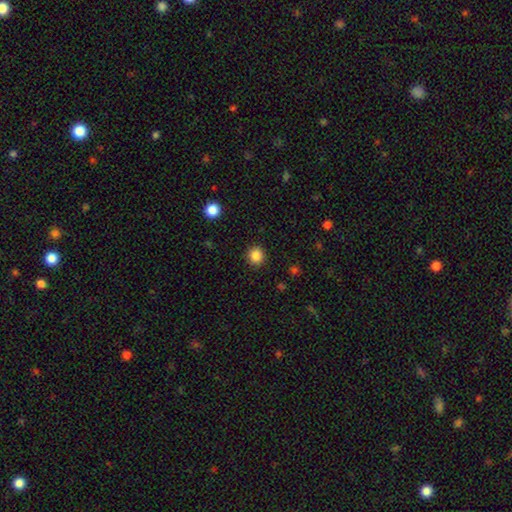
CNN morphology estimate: This appears to be a smooth galaxy with no disk features (85%) that is round (89%). Merging: none (91%).